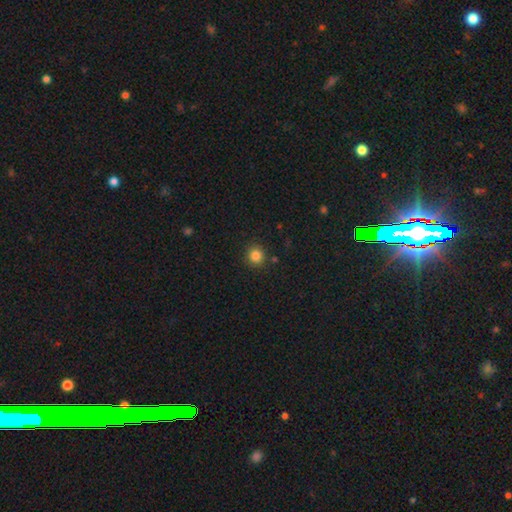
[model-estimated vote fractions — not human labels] The model was most divided on "smooth or featured": smooth: 84%, star or artifact: 12%, featured or disk: 5%. More confident: how rounded — round (92%); merging — none (88%).